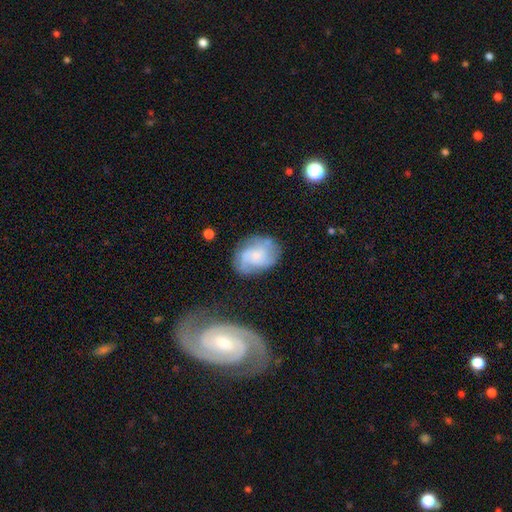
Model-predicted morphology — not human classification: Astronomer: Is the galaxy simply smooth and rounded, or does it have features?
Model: featured or disk — 66%.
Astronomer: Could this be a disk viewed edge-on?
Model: no — 98%.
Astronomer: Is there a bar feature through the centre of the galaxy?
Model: no — 71%.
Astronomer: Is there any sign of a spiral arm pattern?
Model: yes — 89%.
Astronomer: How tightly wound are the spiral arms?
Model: medium — 44% (runner-up: tight, 38%).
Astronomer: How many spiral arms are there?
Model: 2 — 32% (runner-up: can't tell, 27%).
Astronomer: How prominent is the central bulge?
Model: small — 65%.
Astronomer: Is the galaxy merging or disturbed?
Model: none — 65%.